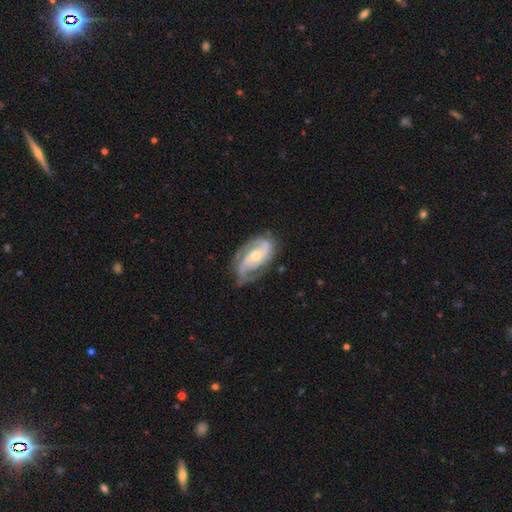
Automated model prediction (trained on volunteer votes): A featured or disk galaxy (88%) with no bar (52%), 2 (71%) medium (46%) spiral arms (97%) and a moderate central bulge (53%). Merging: none (66%).